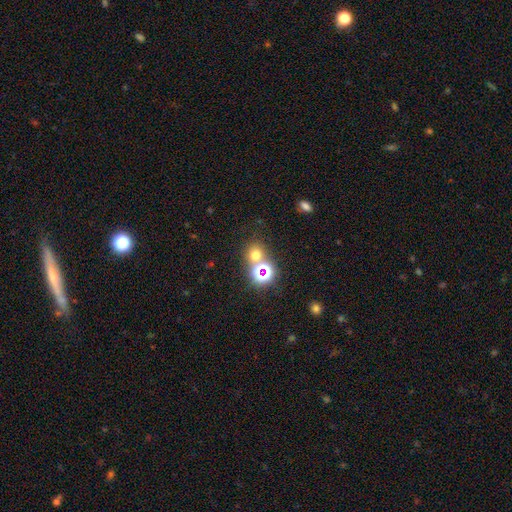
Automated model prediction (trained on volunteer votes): Overall: smooth (58%; star or artifact 33%). How rounded: round (84%). Merging: none (66%).